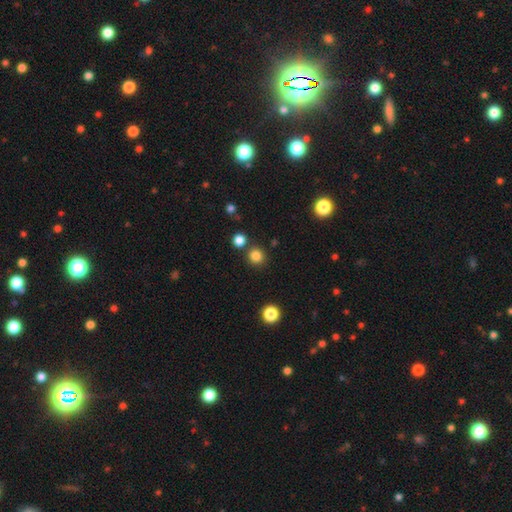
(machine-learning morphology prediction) Smooth or featured? smooth (82%)
How rounded? round (93%)
Merging? none (83%)